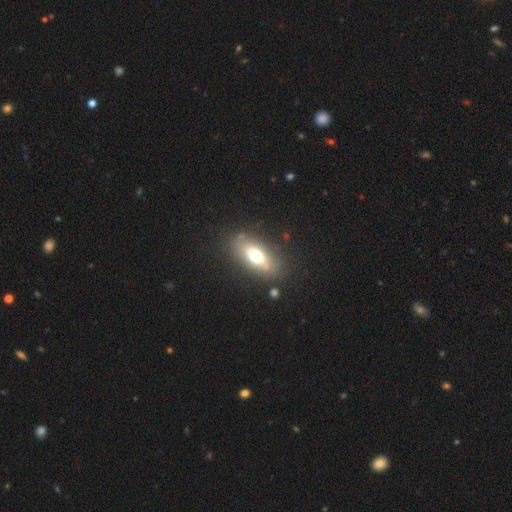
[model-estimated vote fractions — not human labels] smooth 65%, featured or disk 27%, star or artifact 9%. Down the decision tree: how rounded — in between (82%); merging — none (78%).